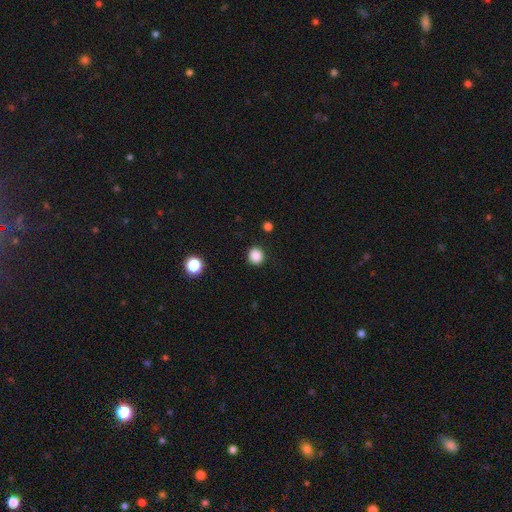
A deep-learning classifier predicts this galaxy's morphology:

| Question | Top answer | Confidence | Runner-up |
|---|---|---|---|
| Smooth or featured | smooth | 87% | star or artifact (11%) |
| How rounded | round | 89% | in between (10%) |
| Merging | none | 91% | minor disturbance (6%) |